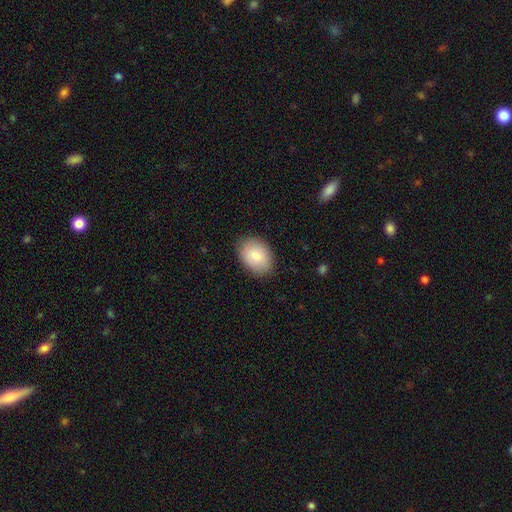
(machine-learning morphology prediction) This is clearly a smooth galaxy (82%). How rounded: clearly in between (80%). Merging: clearly none (84%).